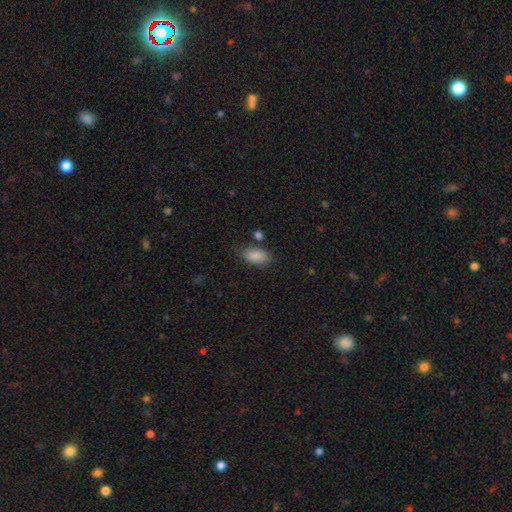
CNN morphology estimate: type=smooth (87%); roundness=in between (92%); merging=none (73%).